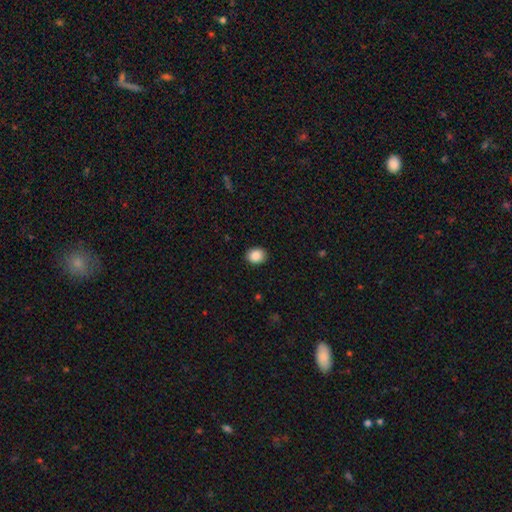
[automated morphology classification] smooth 89%, star or artifact 8%, featured or disk 3%. Down the decision tree: how rounded — round (60%); merging — none (90%).